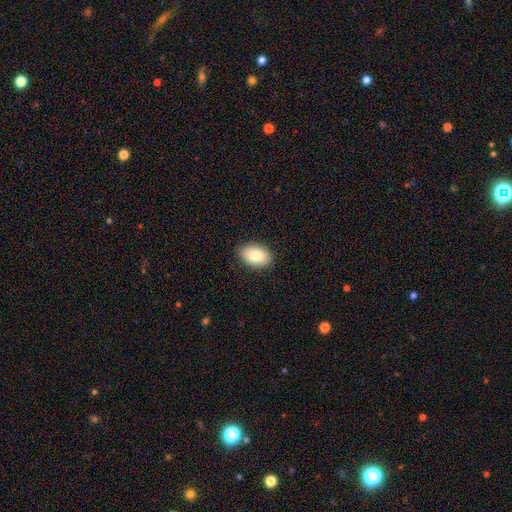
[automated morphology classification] smooth_or_featured: smooth (p=0.83) [alt: featured or disk p=0.10]
how_rounded: in between (p=0.87) [alt: round p=0.12]
merging: none (p=0.87) [alt: minor disturbance p=0.10]